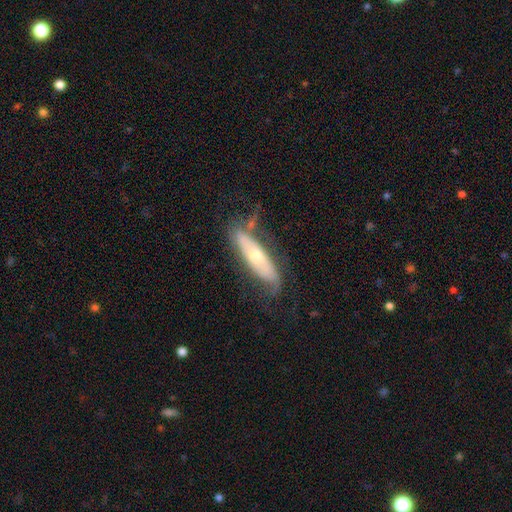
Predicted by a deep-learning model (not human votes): A featured or disk galaxy (56%). Merging: none (58%).